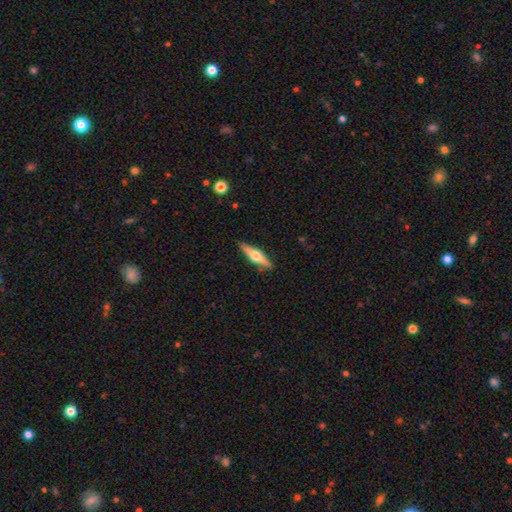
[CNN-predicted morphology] A featured or disk galaxy (60%) viewed edge-on (95%) with a rounded central bulge (94%). Merging: none (89%).